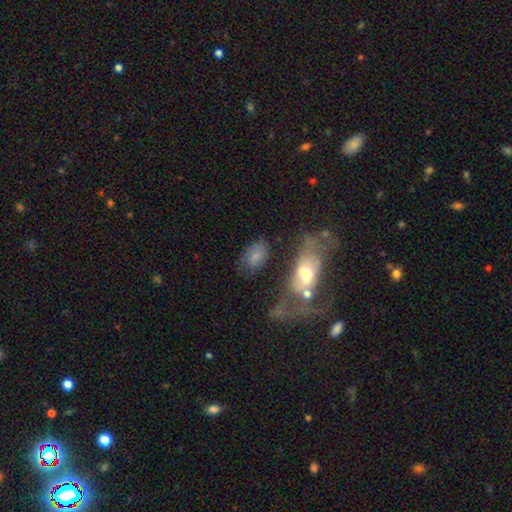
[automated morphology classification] smooth_or_featured: smooth (p=0.69) [alt: featured or disk p=0.21]
how_rounded: in between (p=0.90) [alt: round p=0.08]
merging: none (p=0.58) [alt: minor disturbance p=0.20]